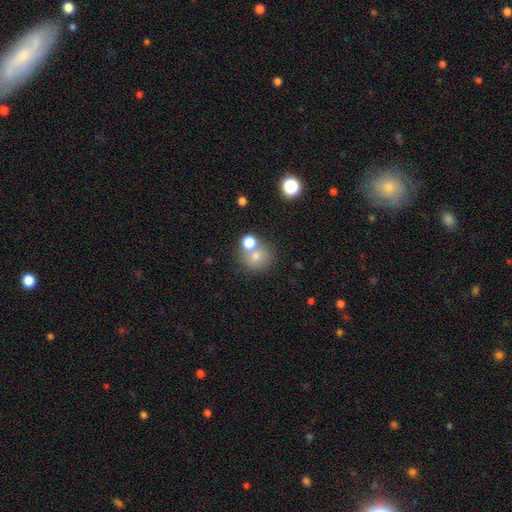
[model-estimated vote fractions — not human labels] Morphology: type=smooth (73%); roundness=round (80%); merging=none (53%).